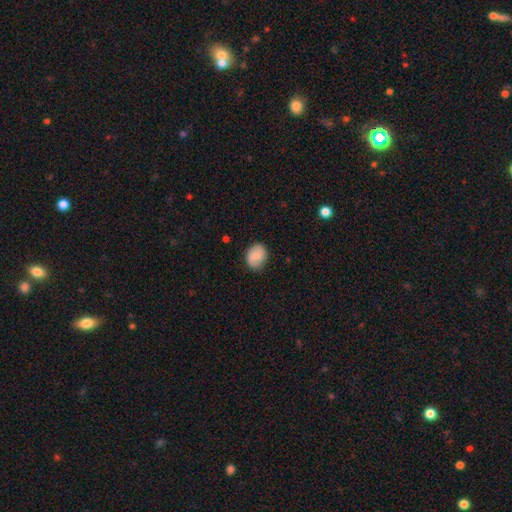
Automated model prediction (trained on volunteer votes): Smooth or featured? Predicted: smooth (p=0.75). How rounded? Predicted: round (p=0.52). Merging? Predicted: none (p=0.79).